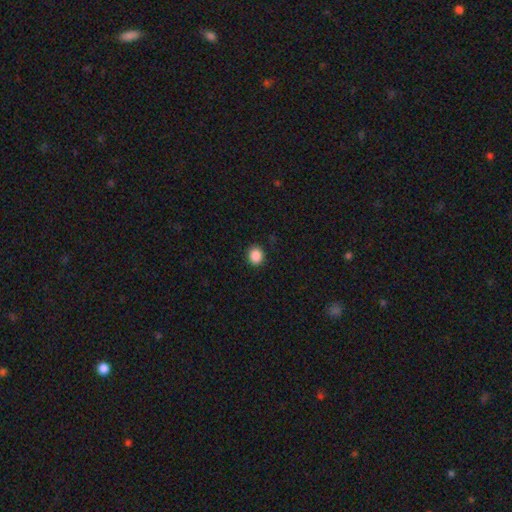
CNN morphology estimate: This is clearly a smooth galaxy (88%). How rounded: likely round (74%). Merging: clearly none (90%).